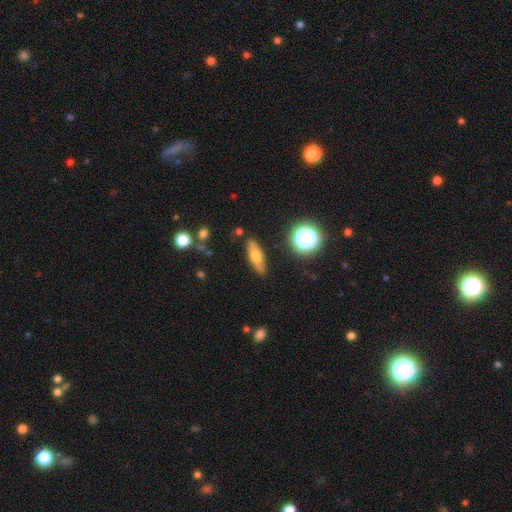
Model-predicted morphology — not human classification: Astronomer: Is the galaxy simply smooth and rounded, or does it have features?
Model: smooth — 59%.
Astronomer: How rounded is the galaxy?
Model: in between — 57% (runner-up: cigar-shaped, 36%).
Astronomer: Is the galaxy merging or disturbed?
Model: none — 84%.